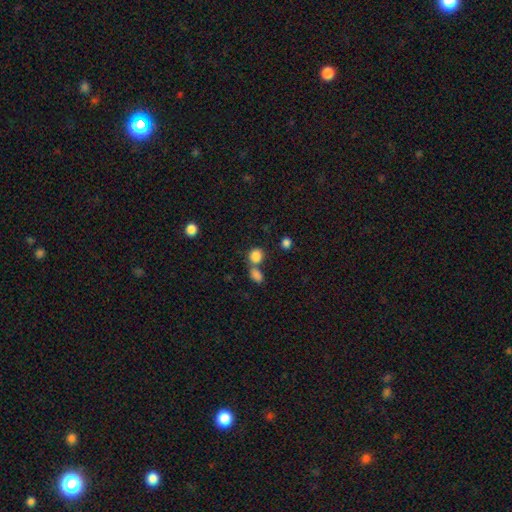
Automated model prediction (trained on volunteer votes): Q: Smooth or featured?
A: smooth (84%); runner-up: star or artifact (11%)
Q: How rounded?
A: round (73%); runner-up: in between (26%)
Q: Merging?
A: none (46%); runner-up: merger (41%)